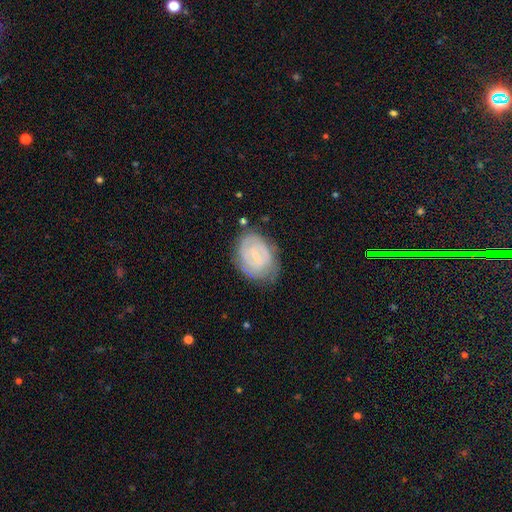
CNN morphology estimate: This appears to be a featured or disk galaxy (72%) with a weak bar (47%), 2 (40%) tight (69%) spiral arms (83%) and a small central bulge (75%). Merging: none (67%).